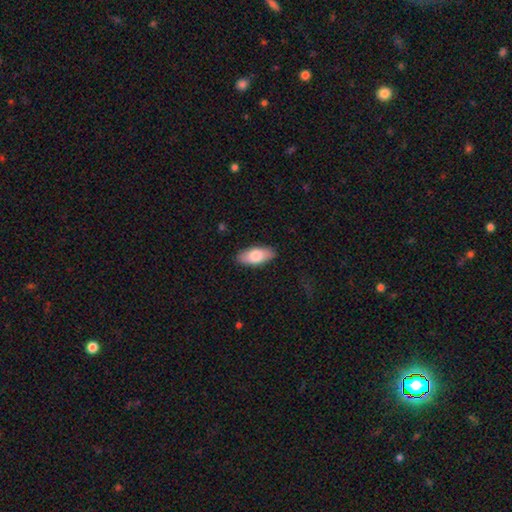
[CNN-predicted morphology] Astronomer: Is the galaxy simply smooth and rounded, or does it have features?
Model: smooth — 78%.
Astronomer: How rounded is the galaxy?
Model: in between — 87%.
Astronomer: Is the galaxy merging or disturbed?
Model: none — 88%.